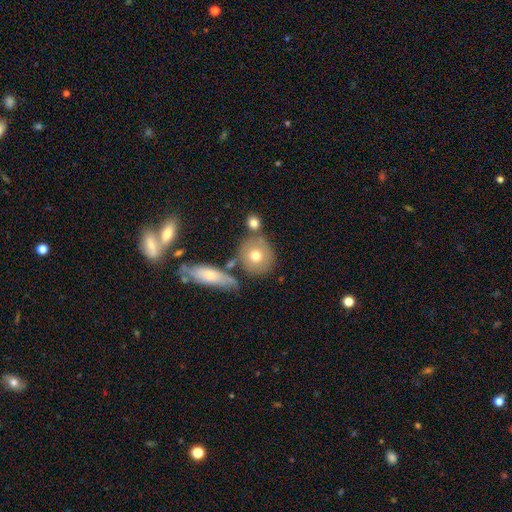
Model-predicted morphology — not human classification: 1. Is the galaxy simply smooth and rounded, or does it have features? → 70% smooth, 21% featured or disk, 8% star or artifact.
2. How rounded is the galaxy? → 86% round, 12% in between, 2% cigar-shaped.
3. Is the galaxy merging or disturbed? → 67% none, 16% merger, 12% minor disturbance, 4% major disturbance.